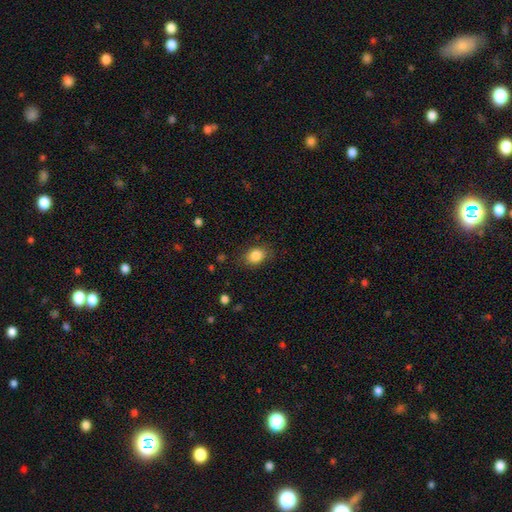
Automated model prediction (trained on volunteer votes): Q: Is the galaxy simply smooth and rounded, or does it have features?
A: smooth — 85%.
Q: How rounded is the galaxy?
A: in between — 65%.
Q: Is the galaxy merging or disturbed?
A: none — 81%.